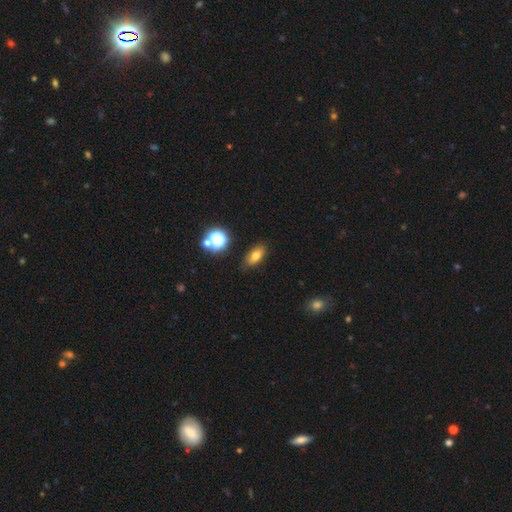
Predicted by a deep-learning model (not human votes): Q: Smooth or featured?
A: smooth (71%); runner-up: featured or disk (14%)
Q: How rounded?
A: in between (81%); runner-up: round (10%)
Q: Merging?
A: none (84%); runner-up: minor disturbance (11%)